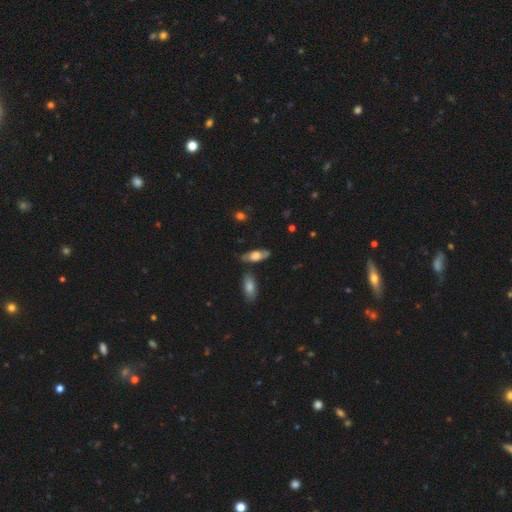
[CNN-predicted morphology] This is possibly a smooth galaxy (55%). How rounded: likely in between (78%). Merging: likely none (67%).